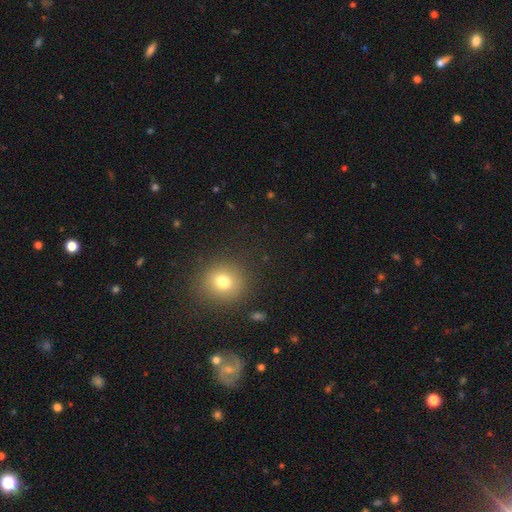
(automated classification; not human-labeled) smooth-or-featured: smooth: 63% | star or artifact: 29% | featured or disk: 8%
  how-rounded: round: 87% | in between: 12% | cigar-shaped: 1%
  merging: none: 90% | minor disturbance: 6% | major disturbance: 2% | merger: 2%